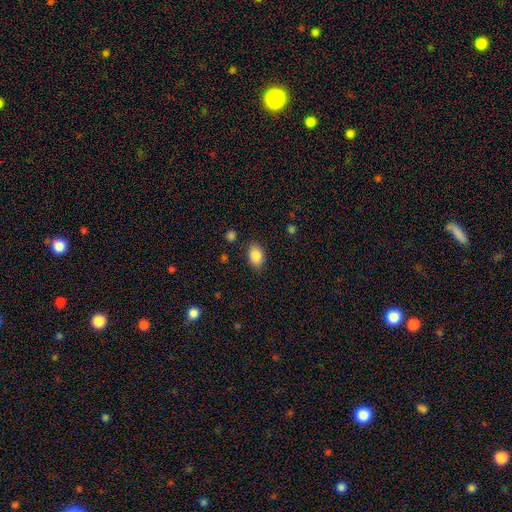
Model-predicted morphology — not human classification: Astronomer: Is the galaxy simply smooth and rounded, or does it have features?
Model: smooth — 86%.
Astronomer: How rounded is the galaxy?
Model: in between — 80%.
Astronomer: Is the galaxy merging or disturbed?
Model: none — 83%.